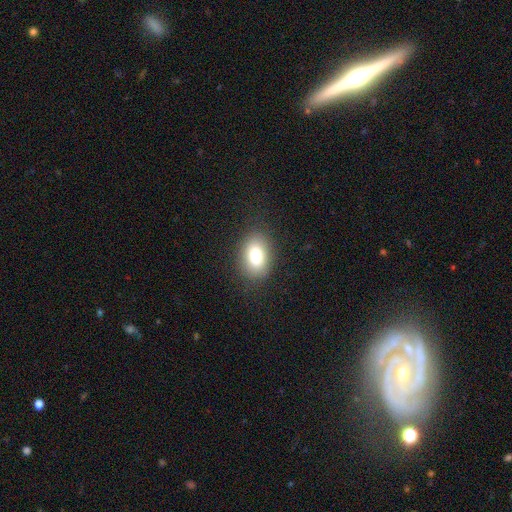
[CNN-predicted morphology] The model was most divided on "how rounded": in between: 84%, round: 14%, cigar-shaped: 1%. More confident: merging — none (85%); smooth or featured — smooth (82%).